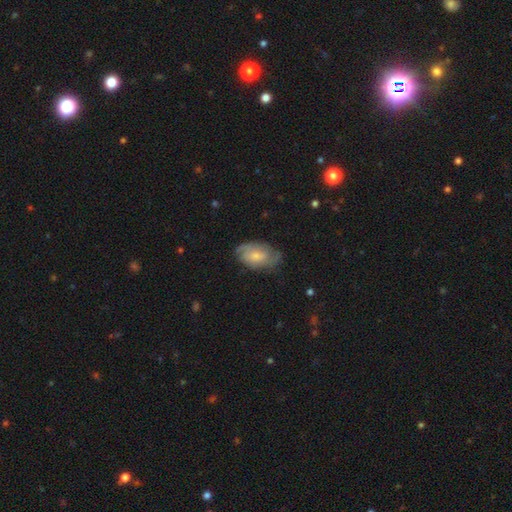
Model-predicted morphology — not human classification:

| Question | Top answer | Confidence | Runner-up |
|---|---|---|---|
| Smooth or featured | featured or disk | 47% | smooth (46%) |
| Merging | none | 65% | minor disturbance (26%) |